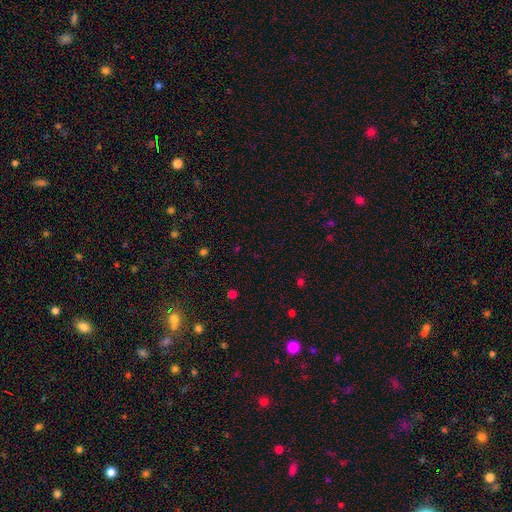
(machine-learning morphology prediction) type=star or artifact (62%).